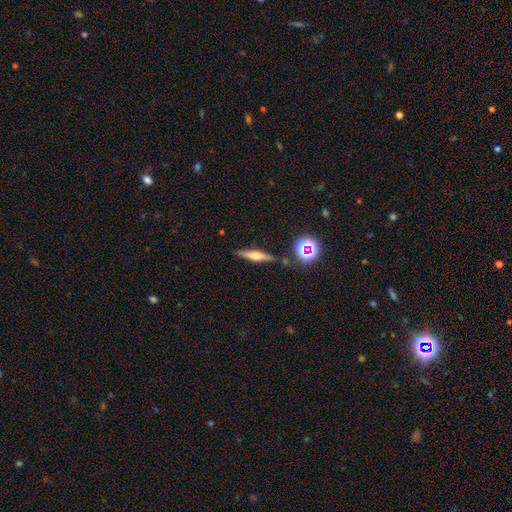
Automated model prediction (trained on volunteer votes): smooth_or_featured: smooth (p=0.45) [alt: featured or disk p=0.44]
merging: none (p=0.83) [alt: minor disturbance p=0.11]